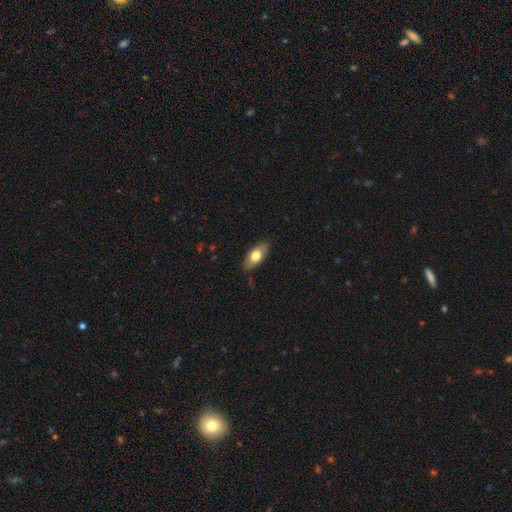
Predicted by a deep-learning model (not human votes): The model was most divided on "smooth or featured": smooth: 70%, featured or disk: 24%, star or artifact: 6%. More confident: how rounded — in between (85%); merging — none (81%).